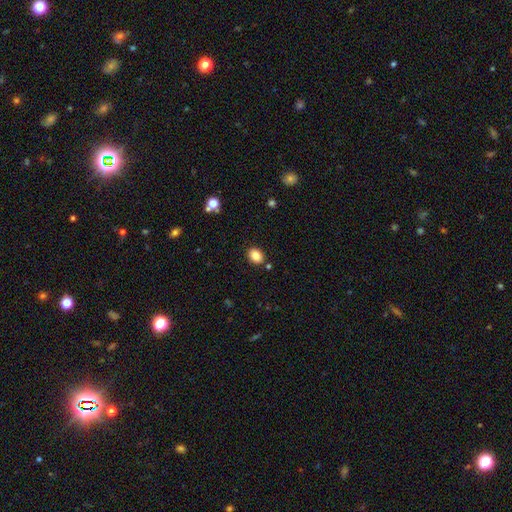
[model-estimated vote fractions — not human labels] Smooth or featured? Predicted: smooth (p=0.86). How rounded? Predicted: in between (p=0.63). Merging? Predicted: none (p=0.86).